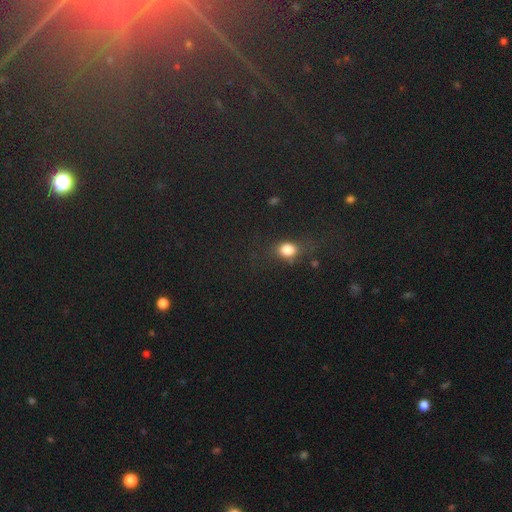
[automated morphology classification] Q: Smooth or featured?
A: star or artifact (62%); runner-up: smooth (27%)